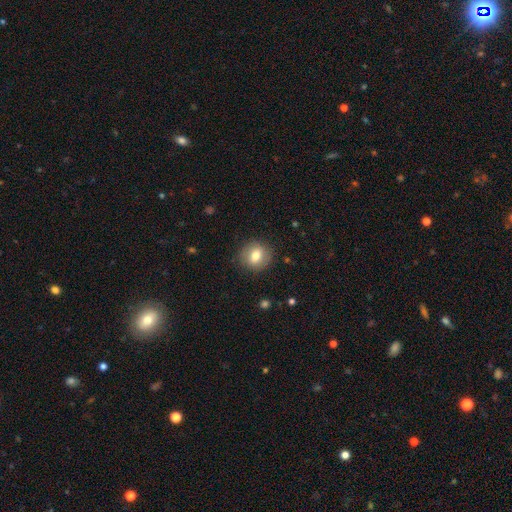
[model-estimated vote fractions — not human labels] smooth 75%, featured or disk 16%, star or artifact 9%. Down the decision tree: how rounded — round (78%); merging — none (87%).